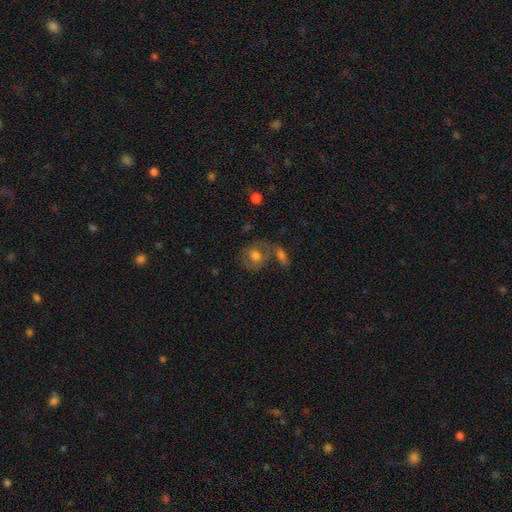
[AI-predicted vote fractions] A smooth galaxy with no disk features (60%) that is round (64%). Merging: none (52%).